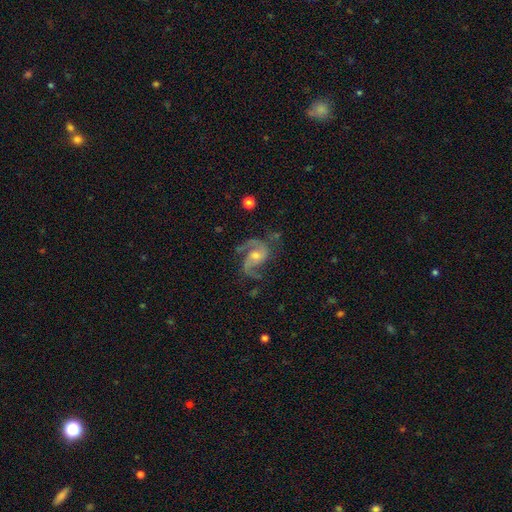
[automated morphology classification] smooth_or_featured: featured or disk (p=0.89) [alt: star or artifact p=0.06]
disk_edge_on: no (p=0.98) [alt: yes p=0.02]
bar: no (p=0.52) [alt: weak p=0.37]
has_spiral_arms: yes (p=0.97) [alt: no p=0.03]
spiral_winding: medium (p=0.55) [alt: loose p=0.30]
spiral_arm_count: 2 (p=0.79) [alt: 3 p=0.10]
bulge_size: moderate (p=0.49) [alt: small p=0.43]
merging: none (p=0.63) [alt: minor disturbance p=0.19]